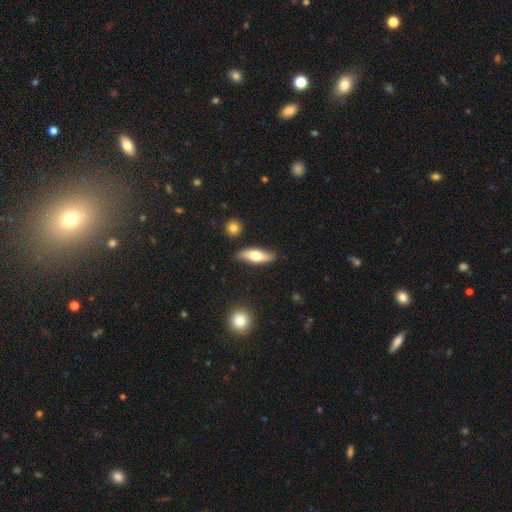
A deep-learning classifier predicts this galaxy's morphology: smooth 58%, featured or disk 36%, star or artifact 5%. Down the decision tree: how rounded — in between (52%); merging — none (82%).